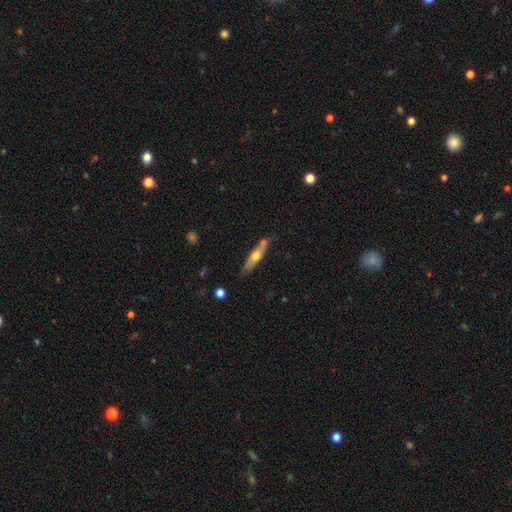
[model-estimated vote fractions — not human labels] Morphology: type=featured or disk (49%); merging=none (69%).